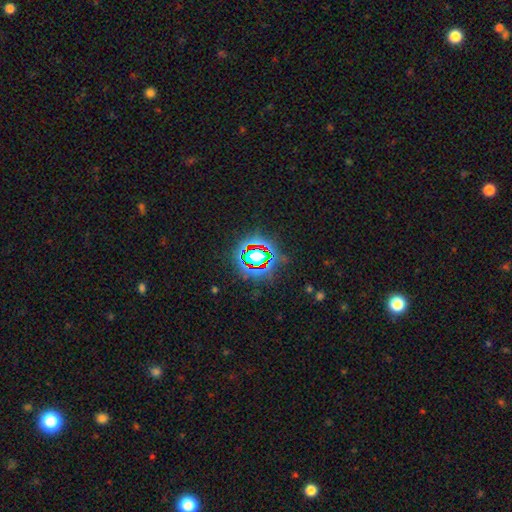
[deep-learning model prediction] This appears to be a star or artifact, not a galaxy (70%).